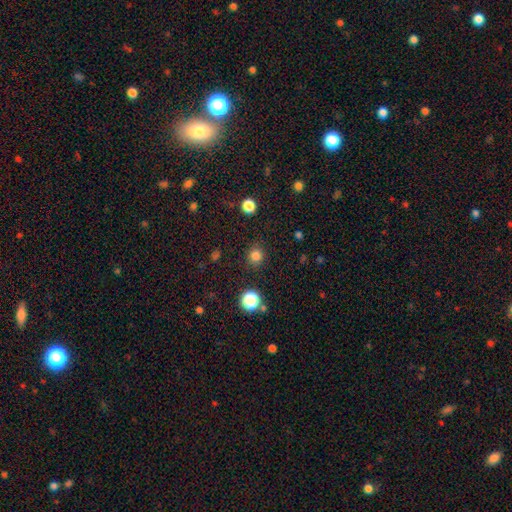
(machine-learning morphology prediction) A smooth galaxy with no disk features (81%) that is round (92%). Merging: none (88%).